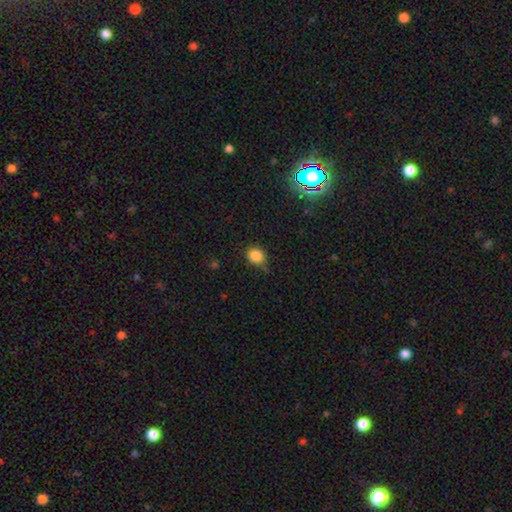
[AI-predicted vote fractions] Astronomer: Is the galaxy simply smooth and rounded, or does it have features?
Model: smooth — 84%.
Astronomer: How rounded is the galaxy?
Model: round — 65%.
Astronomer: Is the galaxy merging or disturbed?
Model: none — 67%.